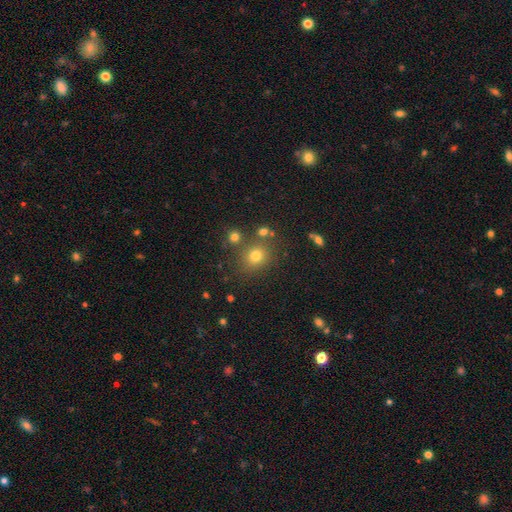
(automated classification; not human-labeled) Smooth or featured: smooth — 74% (star or artifact — 17%)
How rounded: round — 79% (in between — 20%)
Merging: none — 75% (merger — 10%)